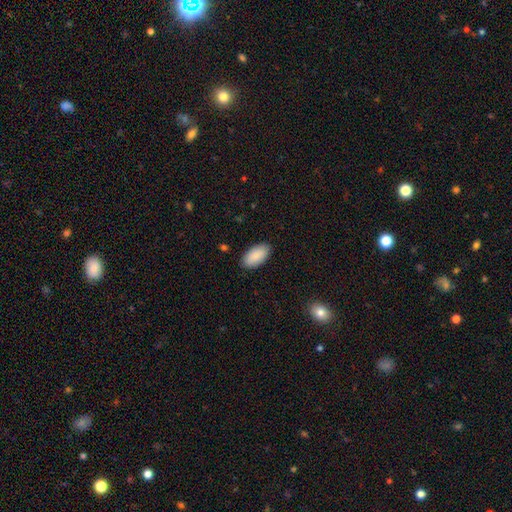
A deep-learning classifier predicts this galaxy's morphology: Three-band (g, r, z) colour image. It shows a smooth galaxy with no disk features (89%) that is in between round and cigar-shaped (95%). Merging: none (89%).